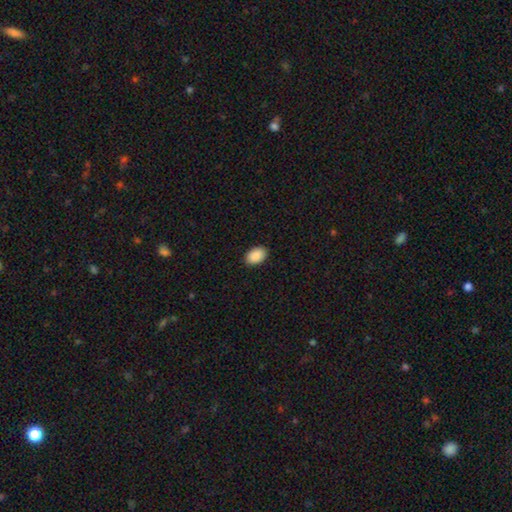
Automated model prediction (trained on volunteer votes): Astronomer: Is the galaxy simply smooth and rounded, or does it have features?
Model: smooth — 91%.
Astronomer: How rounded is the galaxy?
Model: in between — 89%.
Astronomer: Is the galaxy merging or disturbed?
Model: none — 91%.